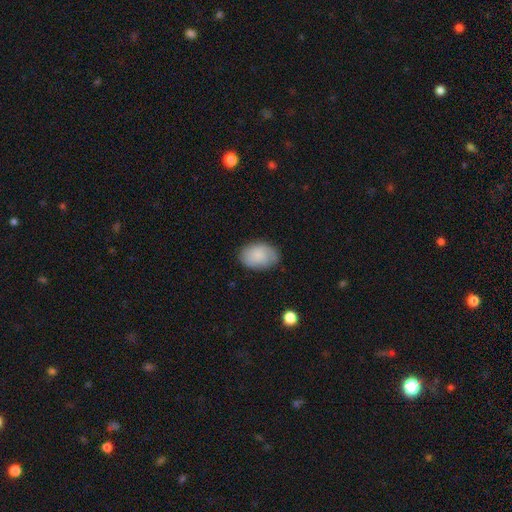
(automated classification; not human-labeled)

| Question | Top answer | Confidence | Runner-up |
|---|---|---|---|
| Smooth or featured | smooth | 72% | featured or disk (21%) |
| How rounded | in between | 83% | round (16%) |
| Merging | none | 75% | minor disturbance (19%) |